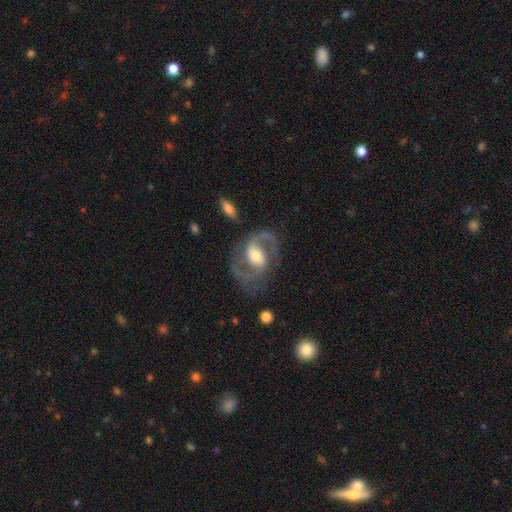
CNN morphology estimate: Q: Smooth or featured?
A: featured or disk (90%); runner-up: smooth (6%)
Q: Edge-on disk?
A: no (98%); runner-up: yes (2%)
Q: Bar?
A: weak (46%); runner-up: strong (27%)
Q: Spiral arms?
A: yes (97%); runner-up: no (3%)
Q: Spiral winding?
A: medium (60%); runner-up: loose (27%)
Q: Spiral arm count?
A: 2 (92%); runner-up: 1 (2%)
Q: Bulge size?
A: moderate (64%); runner-up: small (20%)
Q: Merging?
A: none (74%); runner-up: minor disturbance (14%)